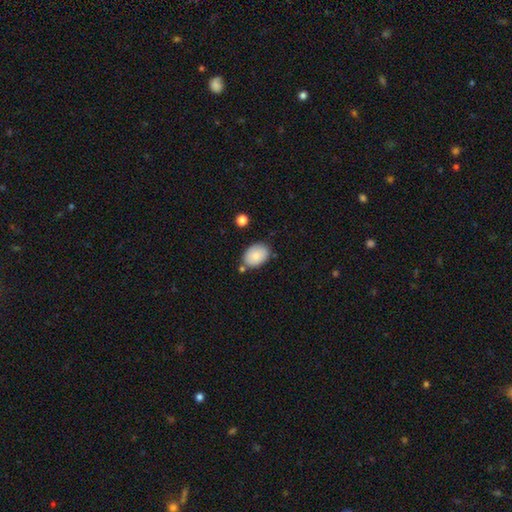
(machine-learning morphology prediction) The model was most divided on "merging": none: 75%, minor disturbance: 16%, merger: 6%, major disturbance: 3%. More confident: how rounded — in between (84%); smooth or featured — smooth (83%).